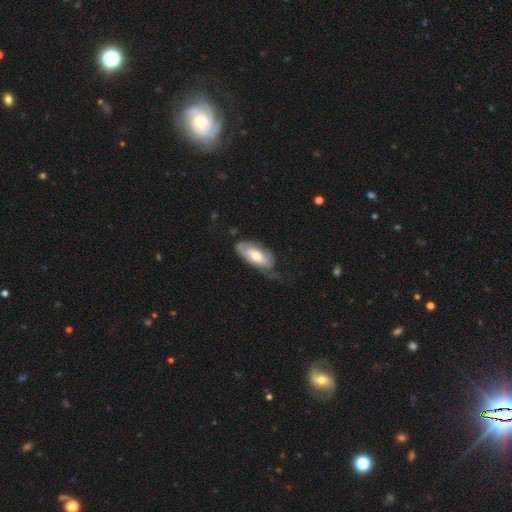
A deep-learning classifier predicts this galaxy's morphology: type=smooth (54%); roundness=in between (84%); merging=none (48%).